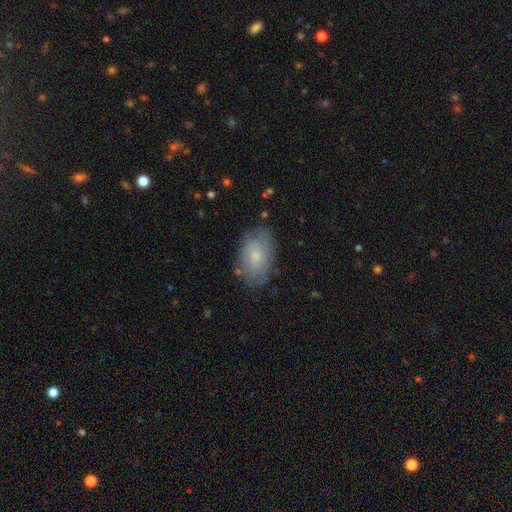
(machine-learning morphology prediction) A smooth galaxy with no disk features (59%) that is in between round and cigar-shaped (90%). Merging: none (74%).